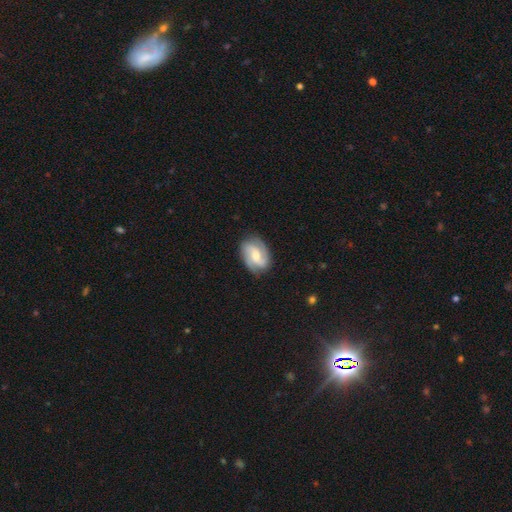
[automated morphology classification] Smooth or featured: featured or disk — 77% (smooth — 18%)
Edge-on disk: no — 97% (yes — 3%)
Bar: weak — 45% (no — 41%)
Spiral arms: yes — 96% (no — 4%)
Spiral winding: medium — 48% (tight — 30%)
Spiral arm count: 2 — 70% (3 — 15%)
Bulge size: moderate — 54% (small — 35%)
Merging: none — 80% (minor disturbance — 14%)